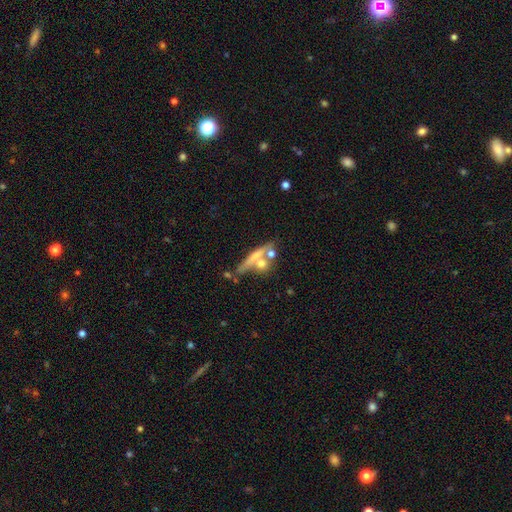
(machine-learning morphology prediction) type=smooth (48%); merging=none (50%).